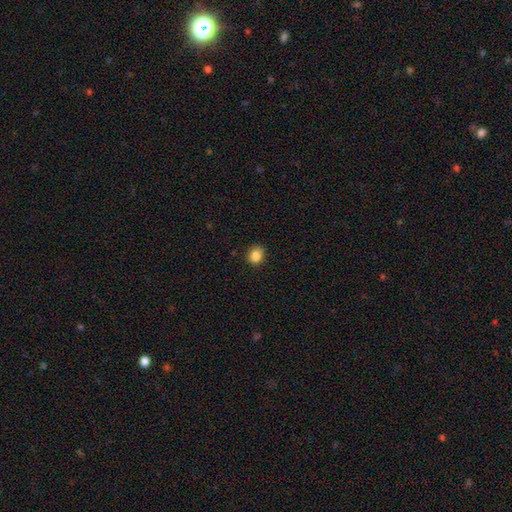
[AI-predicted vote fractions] Overall: smooth (86%). How rounded: round (65%; in between 34%). Merging: none (86%).